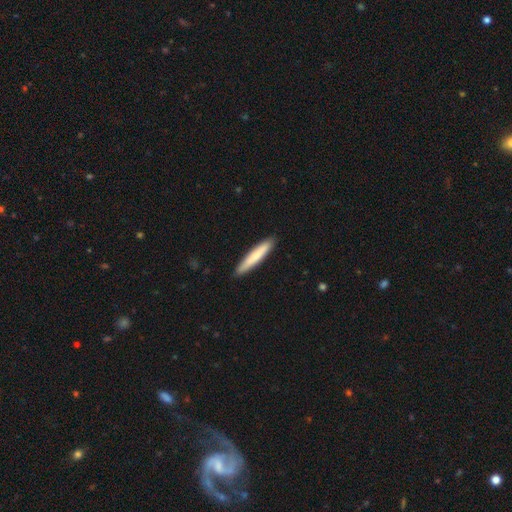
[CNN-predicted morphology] Smooth or featured? Predicted: smooth (p=0.77). How rounded? Predicted: cigar-shaped (p=0.93). Merging? Predicted: none (p=0.90).